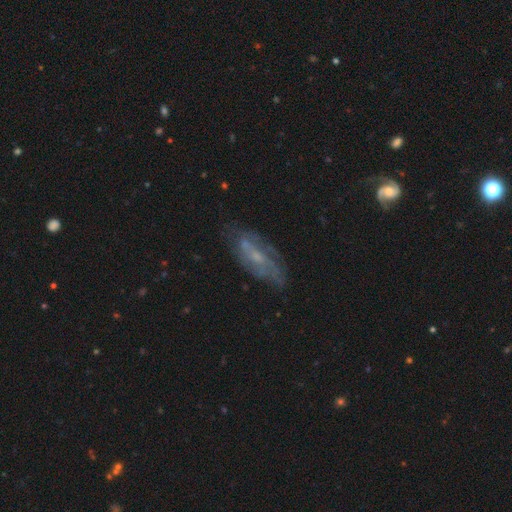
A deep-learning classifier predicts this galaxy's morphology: Overall: featured or disk (67%). Edge-on disk: no (86%). Bar: no (53%; weak 39%). Spiral arms: yes (78%). Bulge size: small (58%; moderate 27%). Merging: none (66%).